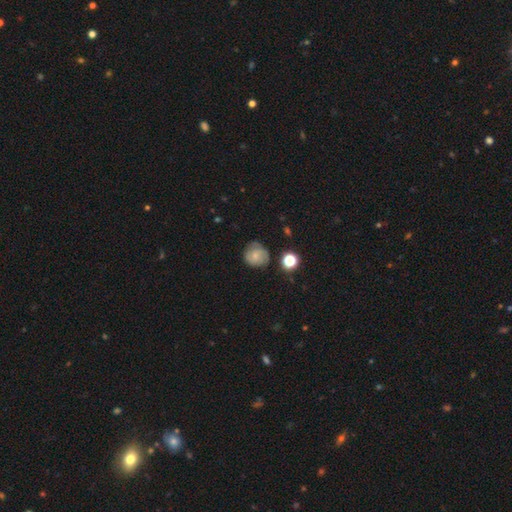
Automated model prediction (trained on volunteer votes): Q: Smooth or featured?
A: smooth (65%); runner-up: featured or disk (25%)
Q: How rounded?
A: round (85%); runner-up: in between (15%)
Q: Merging?
A: none (64%); runner-up: minor disturbance (25%)